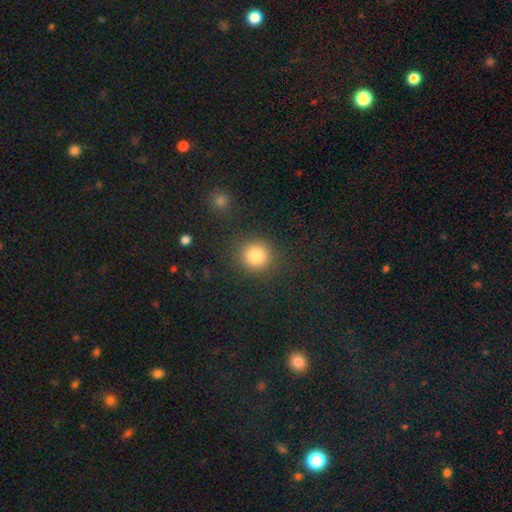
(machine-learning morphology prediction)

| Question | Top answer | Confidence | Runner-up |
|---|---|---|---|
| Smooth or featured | smooth | 84% | star or artifact (11%) |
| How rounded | round | 90% | in between (9%) |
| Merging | none | 86% | minor disturbance (8%) |